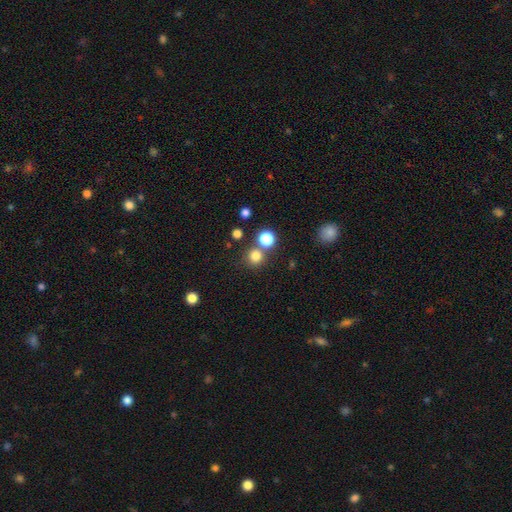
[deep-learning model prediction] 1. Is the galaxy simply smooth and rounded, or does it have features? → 77% smooth, 17% star or artifact, 6% featured or disk.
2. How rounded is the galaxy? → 92% round, 7% in between, 1% cigar-shaped.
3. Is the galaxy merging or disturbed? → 72% none, 18% merger, 7% minor disturbance, 3% major disturbance.